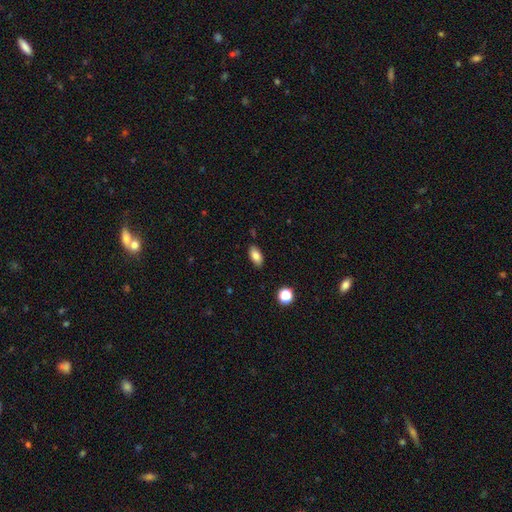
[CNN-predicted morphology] The model was most divided on "smooth or featured": smooth: 83%, star or artifact: 9%, featured or disk: 8%. More confident: how rounded — in between (90%); merging — none (86%).